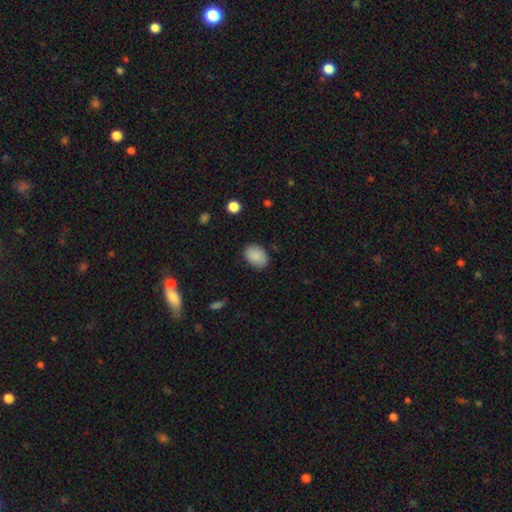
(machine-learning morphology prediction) smooth_or_featured: smooth (p=0.89) [alt: star or artifact p=0.07]
how_rounded: in between (p=0.81) [alt: round p=0.18]
merging: none (p=0.84) [alt: minor disturbance p=0.12]